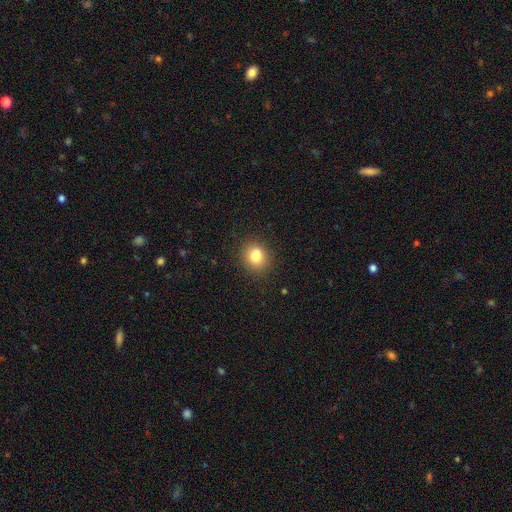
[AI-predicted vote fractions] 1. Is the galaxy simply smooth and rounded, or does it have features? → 82% smooth, 11% star or artifact, 7% featured or disk.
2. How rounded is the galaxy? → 62% round, 37% in between, 1% cigar-shaped.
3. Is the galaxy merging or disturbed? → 84% none, 10% minor disturbance, 3% major disturbance, 2% merger.